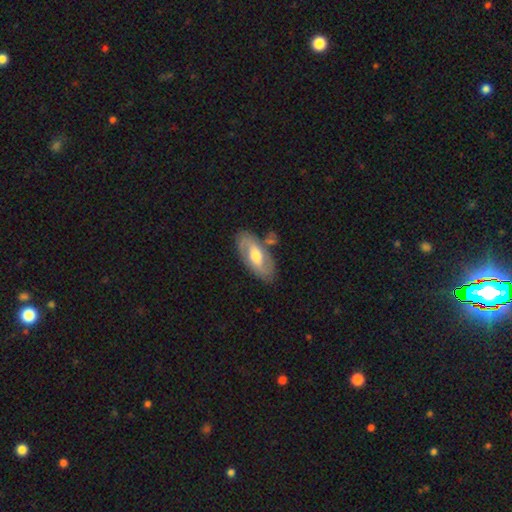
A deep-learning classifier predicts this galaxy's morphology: Smooth or featured? Predicted: featured or disk (p=0.63). Edge-on disk? Predicted: no (p=0.89). Bar? Predicted: weak (p=0.43). Spiral arms? Predicted: yes (p=0.74). Bulge size? Predicted: moderate (p=0.71). Merging? Predicted: none (p=0.72).